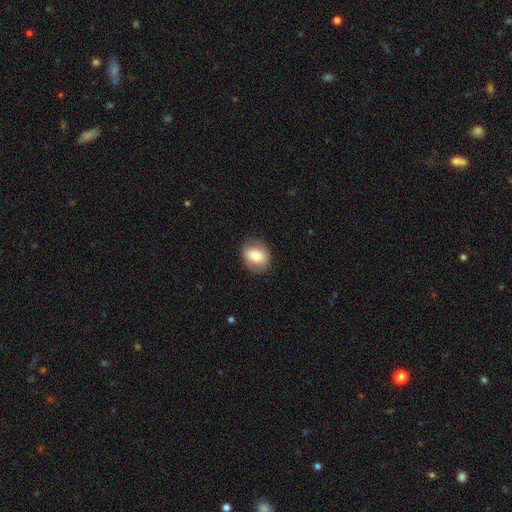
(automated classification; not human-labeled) Q: Smooth or featured?
A: smooth (77%); runner-up: featured or disk (16%)
Q: How rounded?
A: in between (57%); runner-up: round (41%)
Q: Merging?
A: none (81%); runner-up: minor disturbance (13%)